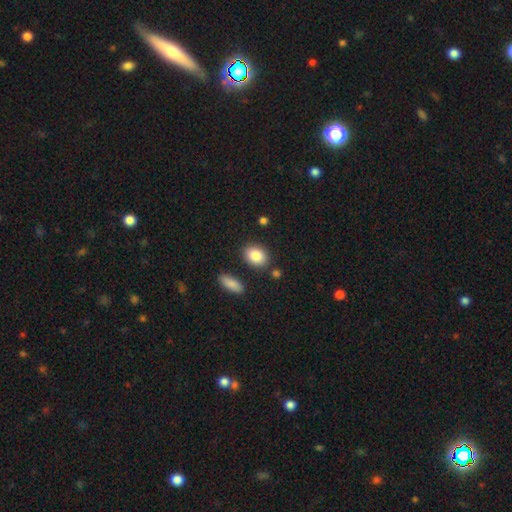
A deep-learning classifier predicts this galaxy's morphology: Smooth or featured? Predicted: smooth (p=0.87). How rounded? Predicted: in between (p=0.70). Merging? Predicted: none (p=0.83).